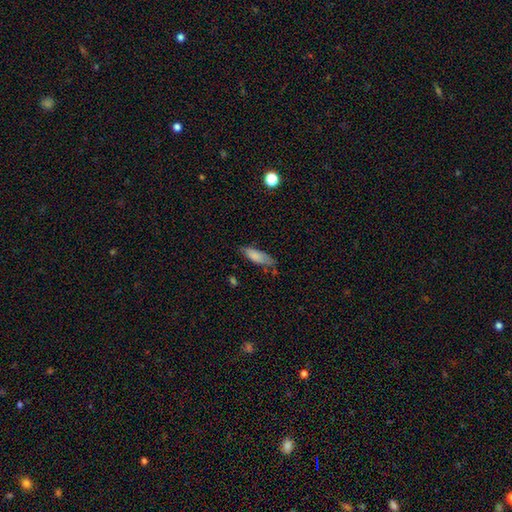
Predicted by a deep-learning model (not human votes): A smooth galaxy with no disk features (81%) that is in between round and cigar-shaped (54%).

Vote fractions:
- Smooth or featured? smooth: 81% / featured or disk: 12% / star or artifact: 7%
- How rounded? in between: 54% / cigar-shaped: 44% / round: 2%
- Merging? none: 59% / minor disturbance: 30% / major disturbance: 7% / merger: 5%